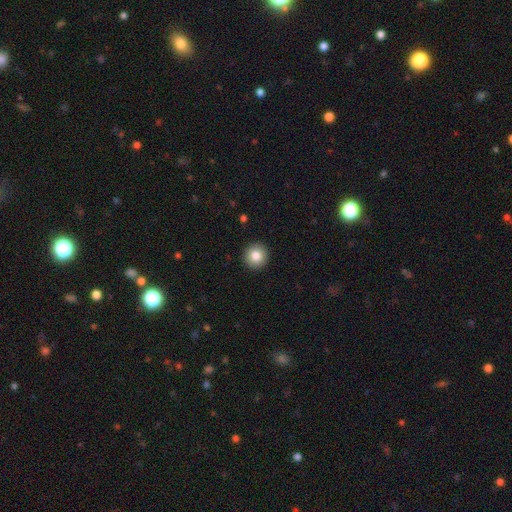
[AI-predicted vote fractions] smooth 84%, star or artifact 9%, featured or disk 7%. Down the decision tree: how rounded — round (95%); merging — none (93%).